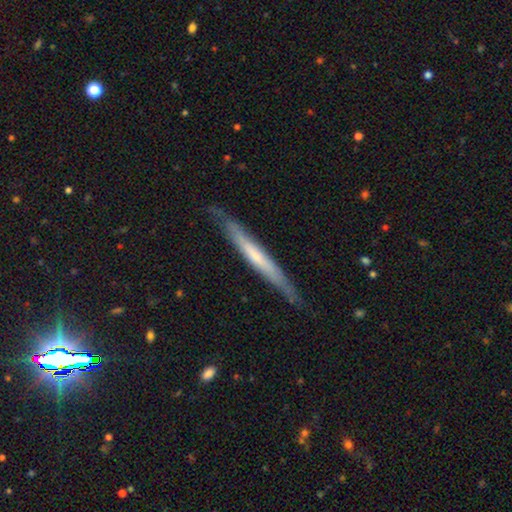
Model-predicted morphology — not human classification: smooth-or-featured: featured or disk: 50% | smooth: 45% | star or artifact: 5%
  disk-edge-on: yes: 92% | no: 8%
  merging: none: 80% | minor disturbance: 16% | major disturbance: 3% | merger: 1%